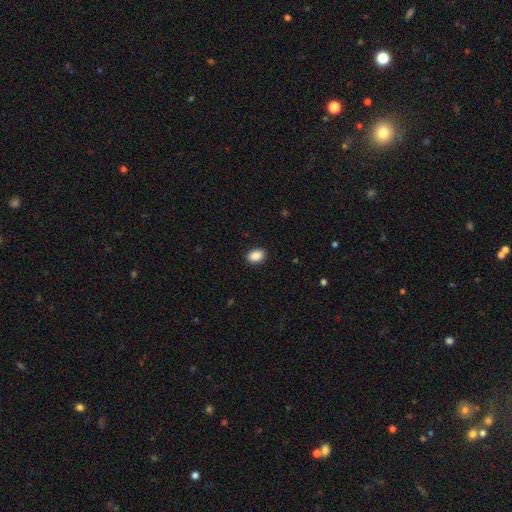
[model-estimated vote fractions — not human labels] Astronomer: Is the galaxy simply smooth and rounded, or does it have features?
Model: smooth — 90%.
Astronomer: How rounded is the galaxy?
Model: in between — 83%.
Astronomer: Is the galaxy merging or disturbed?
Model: none — 89%.